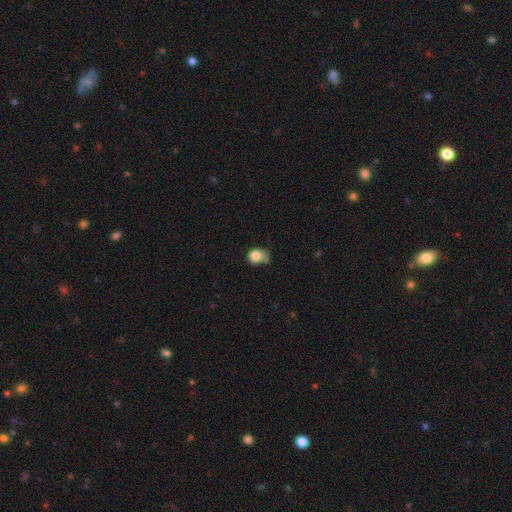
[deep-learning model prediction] This appears to be a smooth galaxy with no disk features (80%) that is round (54%). Merging: minor disturbance (38%).